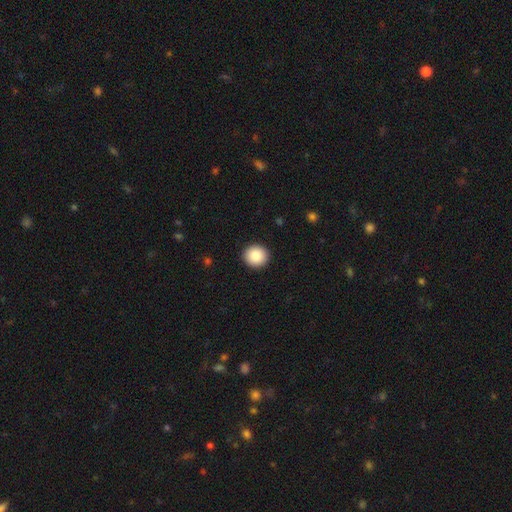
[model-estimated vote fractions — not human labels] smooth_or_featured: smooth (p=0.86) [alt: star or artifact p=0.08]
how_rounded: round (p=0.90) [alt: in between p=0.09]
merging: none (p=0.93) [alt: minor disturbance p=0.05]